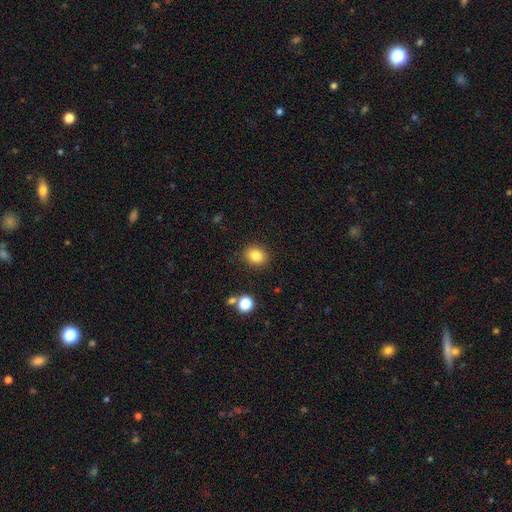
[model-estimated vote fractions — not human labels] Smooth or featured? smooth (83%)
How rounded? round (61%)
Merging? none (86%)